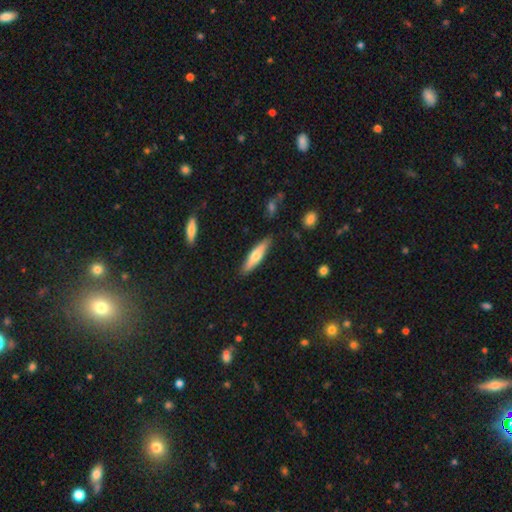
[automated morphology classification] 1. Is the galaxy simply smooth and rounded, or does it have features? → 60% smooth, 34% featured or disk, 6% star or artifact.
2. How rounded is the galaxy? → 71% cigar-shaped, 27% in between, 2% round.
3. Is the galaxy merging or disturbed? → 85% none, 11% minor disturbance, 2% major disturbance, 2% merger.